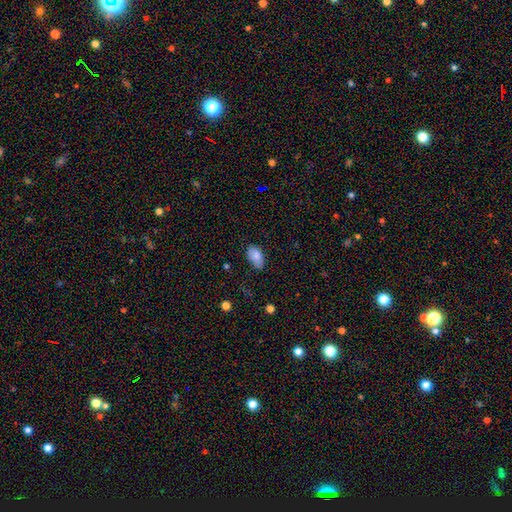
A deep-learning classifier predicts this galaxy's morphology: Q: Smooth or featured?
A: smooth (82%); runner-up: featured or disk (10%)
Q: How rounded?
A: in between (93%); runner-up: round (5%)
Q: Merging?
A: none (70%); runner-up: minor disturbance (24%)